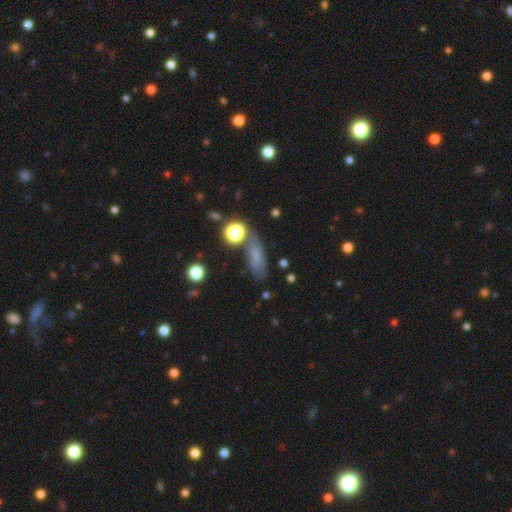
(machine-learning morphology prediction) This is likely a smooth galaxy (62%). How rounded: possibly in between (56%). Merging: likely none (63%).